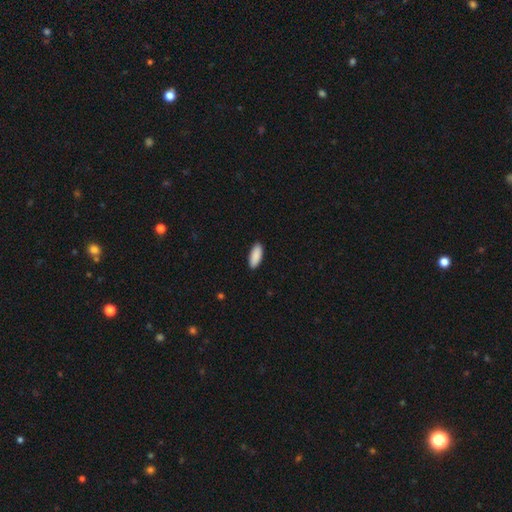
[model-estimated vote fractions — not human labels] smooth 91%, star or artifact 5%, featured or disk 3%. Down the decision tree: how rounded — in between (82%); merging — none (90%).